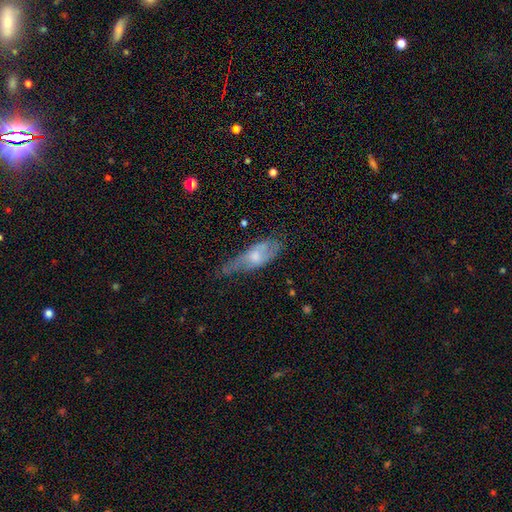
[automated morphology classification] A smooth galaxy with no disk features (46%, tied with featured or disk). Merging: none (44%).